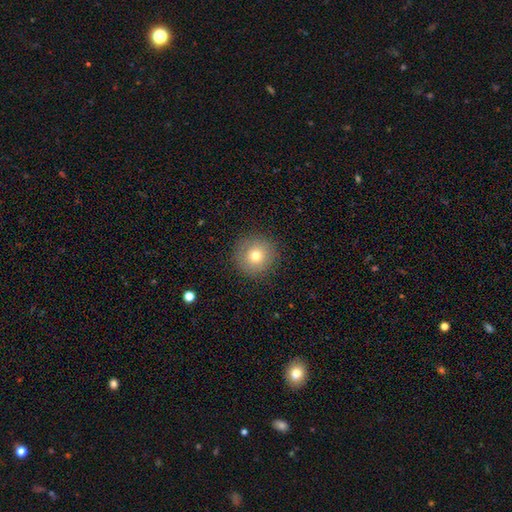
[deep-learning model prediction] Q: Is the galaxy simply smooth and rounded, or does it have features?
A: smooth — 74%.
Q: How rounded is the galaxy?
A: round — 95%.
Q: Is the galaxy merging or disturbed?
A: none — 90%.